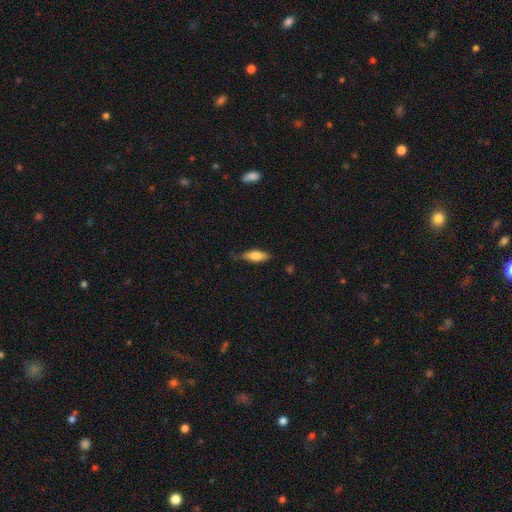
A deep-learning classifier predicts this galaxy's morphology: Smooth or featured: smooth — 74% (featured or disk — 20%)
How rounded: in between — 64% (cigar-shaped — 34%)
Merging: none — 75% (minor disturbance — 20%)